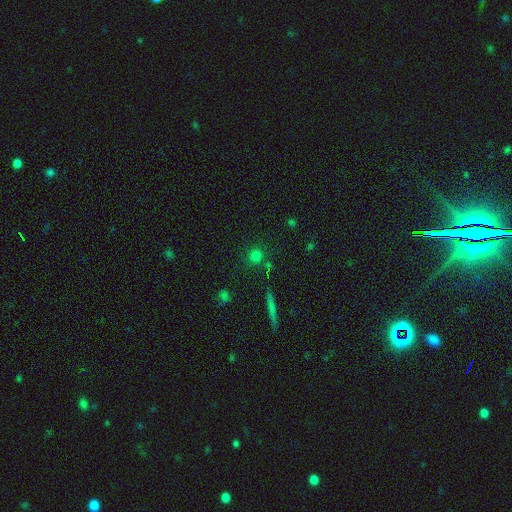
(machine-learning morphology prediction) smooth-or-featured: smooth: 74% | star or artifact: 19% | featured or disk: 7%
  how-rounded: round: 91% | in between: 7% | cigar-shaped: 2%
  merging: none: 83% | minor disturbance: 9% | merger: 5% | major disturbance: 3%